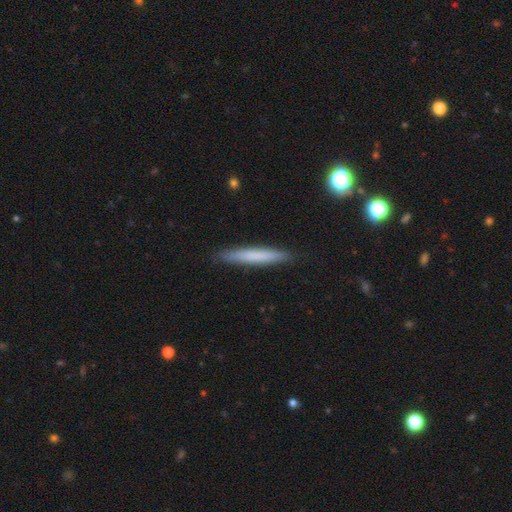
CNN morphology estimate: type=smooth (69%); roundness=cigar-shaped (95%); merging=none (90%).